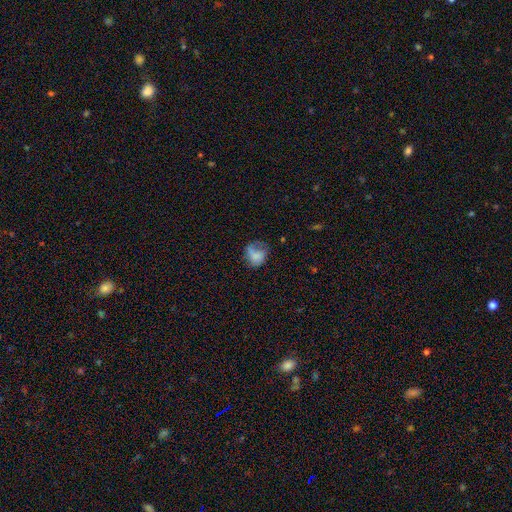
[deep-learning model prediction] Smooth or featured? Predicted: smooth (p=0.67). How rounded? Predicted: round (p=0.54). Merging? Predicted: none (p=0.34).